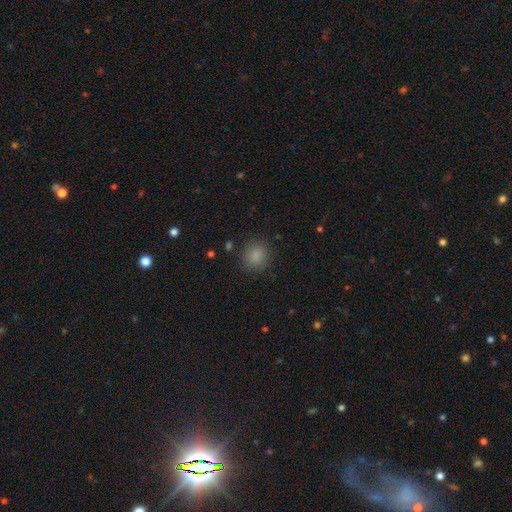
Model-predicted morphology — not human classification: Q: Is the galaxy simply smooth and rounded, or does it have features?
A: smooth — 85%.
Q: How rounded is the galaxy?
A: round — 84%.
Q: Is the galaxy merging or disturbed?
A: none — 86%.